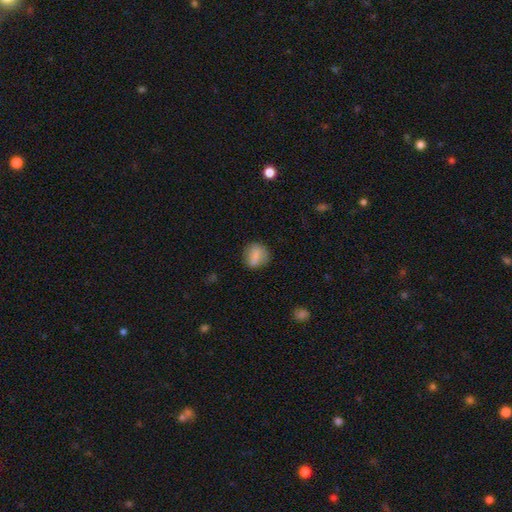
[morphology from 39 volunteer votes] A smooth galaxy with no disk features (87%) that is round (68%). Merging: none (81%).